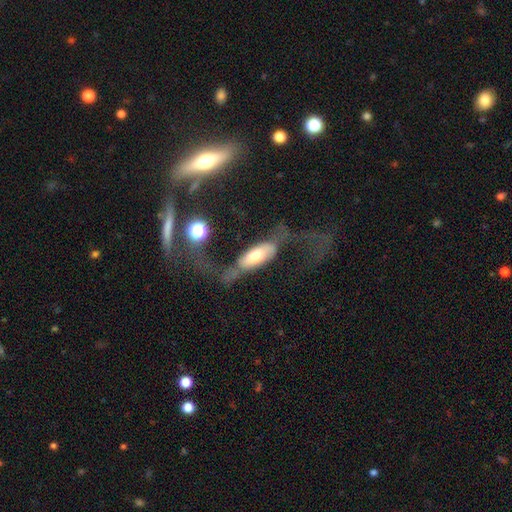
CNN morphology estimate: featured or disk 48%, smooth 44%, star or artifact 8%. Down the decision tree: merging — major disturbance (47%).